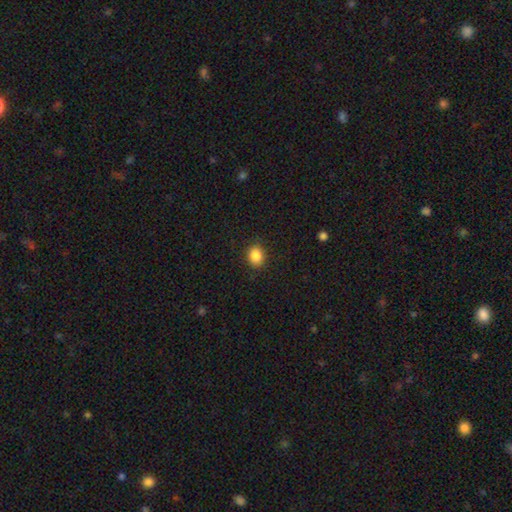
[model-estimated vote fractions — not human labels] The model was most divided on "how rounded": round: 53%, in between: 46%, cigar-shaped: 1%. More confident: merging — none (88%); smooth or featured — smooth (87%).